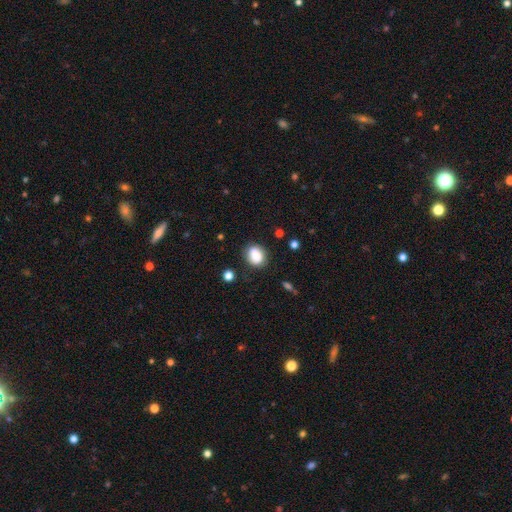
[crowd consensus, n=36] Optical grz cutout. It shows a smooth galaxy with no disk features (89%) that is round (56%). Merging: none (66%).